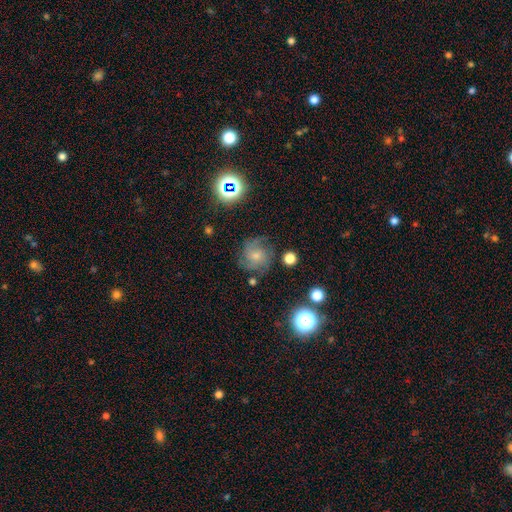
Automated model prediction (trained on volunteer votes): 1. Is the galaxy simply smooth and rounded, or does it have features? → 46% featured or disk, 39% smooth, 15% star or artifact.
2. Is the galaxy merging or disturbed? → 65% none, 21% minor disturbance, 12% major disturbance, 3% merger.